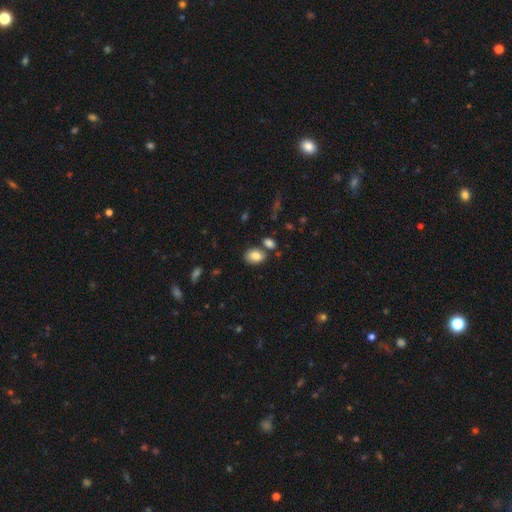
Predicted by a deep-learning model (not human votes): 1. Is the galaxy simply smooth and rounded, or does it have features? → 84% smooth, 8% star or artifact, 8% featured or disk.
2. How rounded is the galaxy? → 74% in between, 25% round, 1% cigar-shaped.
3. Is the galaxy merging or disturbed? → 68% none, 15% merger, 13% minor disturbance, 4% major disturbance.